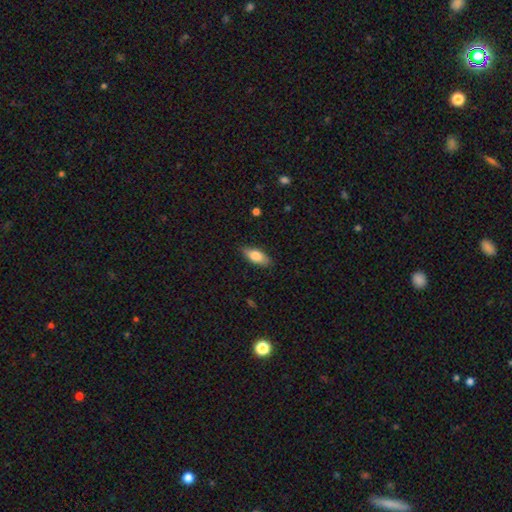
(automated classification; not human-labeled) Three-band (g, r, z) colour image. It shows a smooth galaxy with no disk features (80%) that is in between round and cigar-shaped (83%). Merging: none (84%).